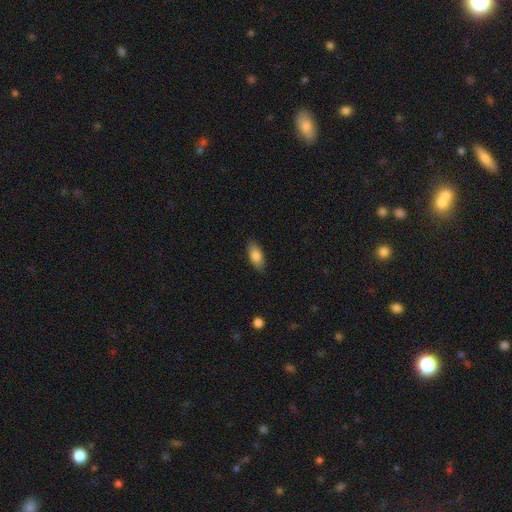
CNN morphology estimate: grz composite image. It shows a smooth galaxy with no disk features (83%) that is in between round and cigar-shaped (85%). Merging: none (86%).